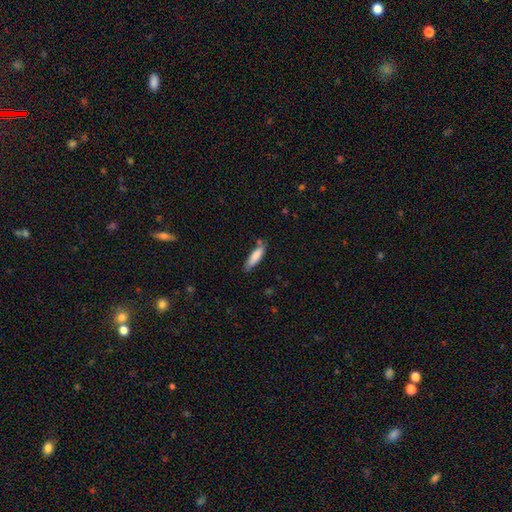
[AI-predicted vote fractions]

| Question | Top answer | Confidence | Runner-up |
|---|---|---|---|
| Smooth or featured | smooth | 82% | featured or disk (12%) |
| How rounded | cigar-shaped | 67% | in between (32%) |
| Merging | none | 71% | minor disturbance (20%) |